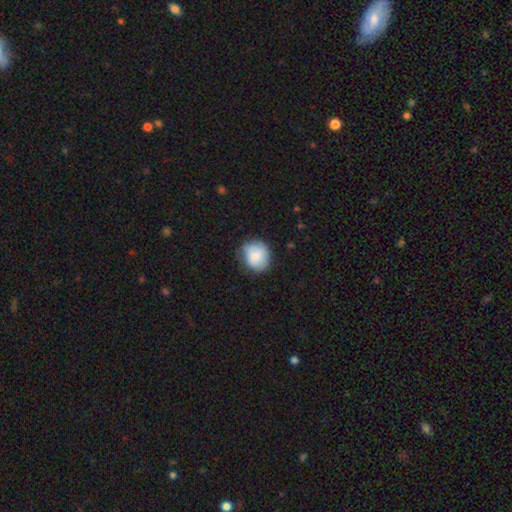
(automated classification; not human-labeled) Smooth or featured? smooth (81%)
How rounded? round (77%)
Merging? none (70%)